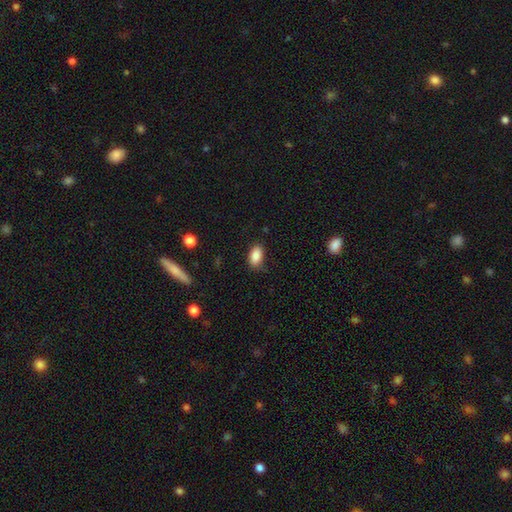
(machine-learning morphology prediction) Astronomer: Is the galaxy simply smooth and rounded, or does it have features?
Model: smooth — 88%.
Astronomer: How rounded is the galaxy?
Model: in between — 91%.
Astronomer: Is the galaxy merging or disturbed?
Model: none — 80%.